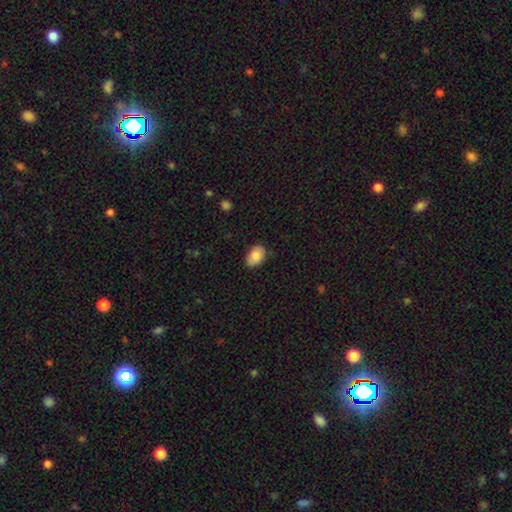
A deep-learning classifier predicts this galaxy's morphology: This is clearly a smooth galaxy (86%). How rounded: clearly in between (88%). Merging: likely none (80%).